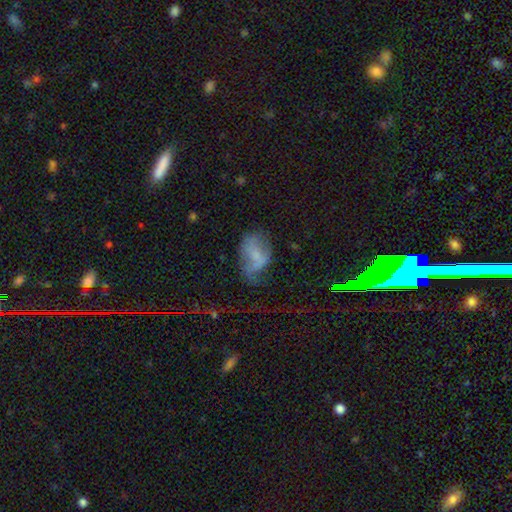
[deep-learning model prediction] Morphology: type=smooth (52%); roundness=in between (86%); merging=major disturbance (35%).